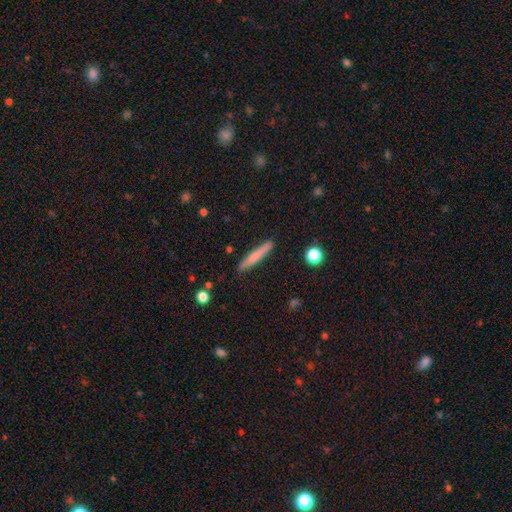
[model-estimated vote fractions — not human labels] Overall: smooth (66%; featured or disk 28%). How rounded: cigar-shaped (94%). Merging: none (87%).